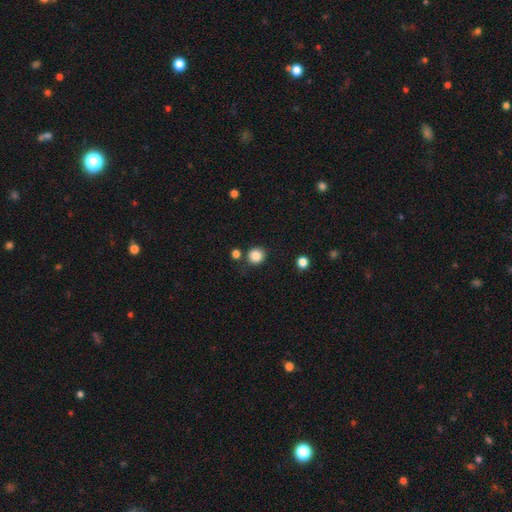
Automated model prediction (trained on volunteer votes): smooth 85%, star or artifact 11%, featured or disk 4%. Down the decision tree: how rounded — round (89%); merging — none (82%).